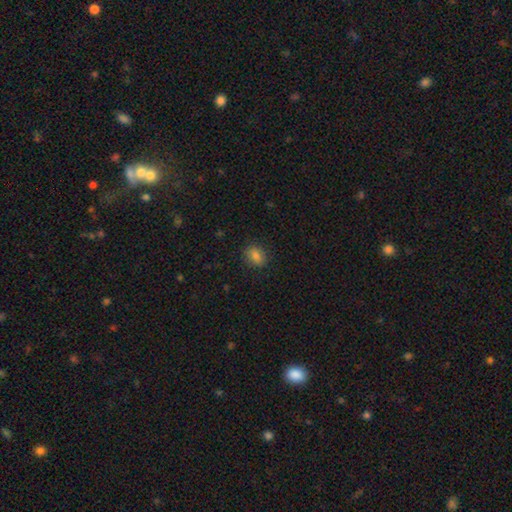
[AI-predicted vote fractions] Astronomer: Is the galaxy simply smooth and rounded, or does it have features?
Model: smooth — 80%.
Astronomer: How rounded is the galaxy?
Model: in between — 53% (runner-up: round, 45%).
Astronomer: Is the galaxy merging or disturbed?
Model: none — 87%.